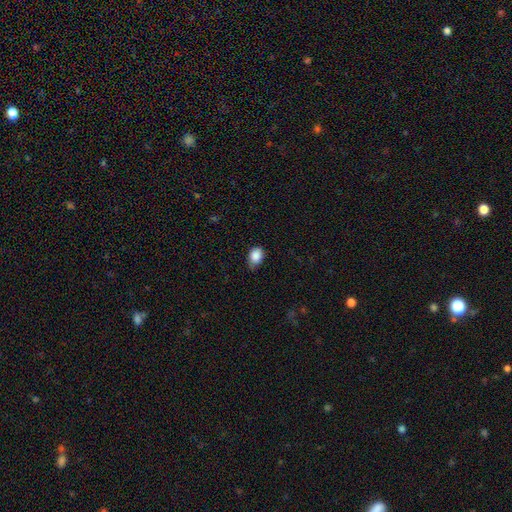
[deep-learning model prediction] smooth 87%, star or artifact 8%, featured or disk 4%. Down the decision tree: how rounded — in between (67%); merging — none (58%).